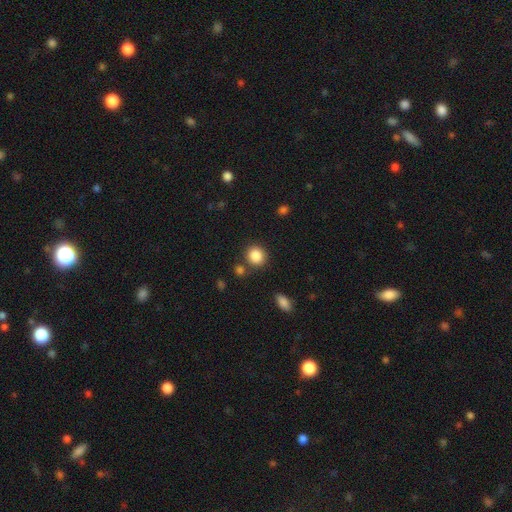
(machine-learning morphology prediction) The model was most divided on "how rounded": round: 83%, in between: 16%, cigar-shaped: 1%. More confident: smooth or featured — smooth (86%); merging — none (80%).